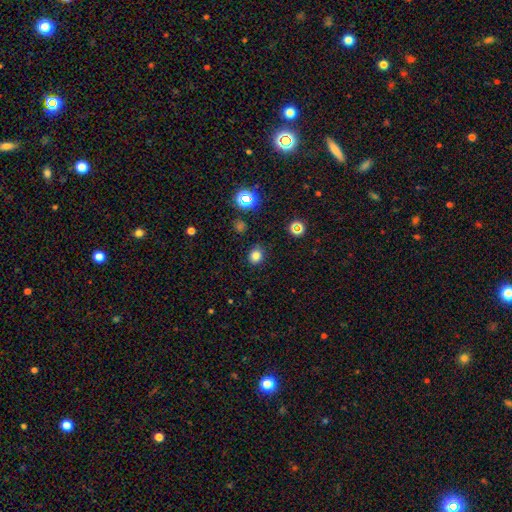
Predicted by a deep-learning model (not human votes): smooth_or_featured: smooth (p=0.81) [alt: star or artifact p=0.15]
how_rounded: round (p=0.76) [alt: in between p=0.23]
merging: none (p=0.87) [alt: minor disturbance p=0.09]